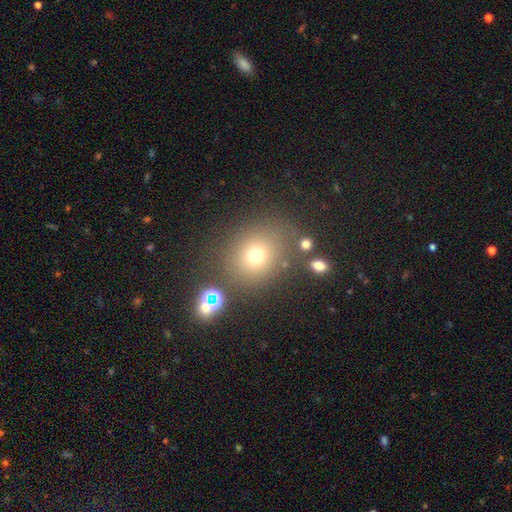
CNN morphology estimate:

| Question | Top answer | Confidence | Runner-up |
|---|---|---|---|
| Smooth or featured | smooth | 69% | star or artifact (19%) |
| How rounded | round | 71% | in between (28%) |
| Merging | none | 76% | minor disturbance (12%) |